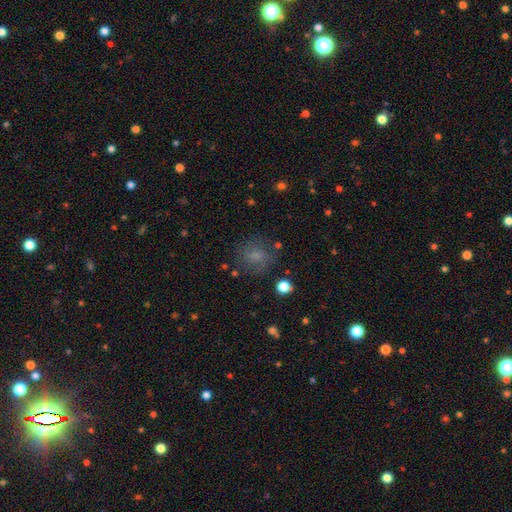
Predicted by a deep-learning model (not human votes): Q: Smooth or featured?
A: smooth (65%); runner-up: featured or disk (18%)
Q: How rounded?
A: round (66%); runner-up: in between (32%)
Q: Merging?
A: none (73%); runner-up: minor disturbance (16%)